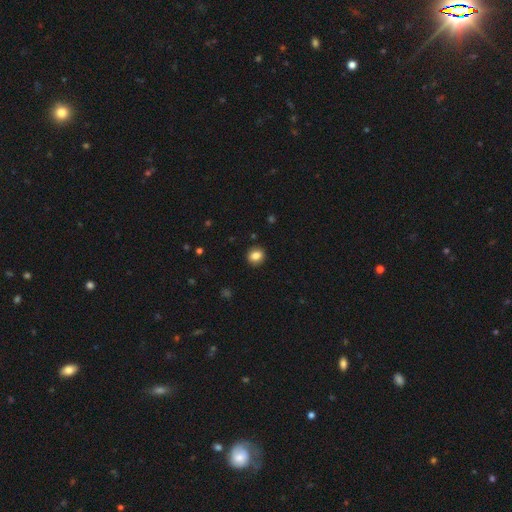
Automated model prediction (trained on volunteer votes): Smooth or featured? smooth (84%)
How rounded? round (75%)
Merging? none (91%)